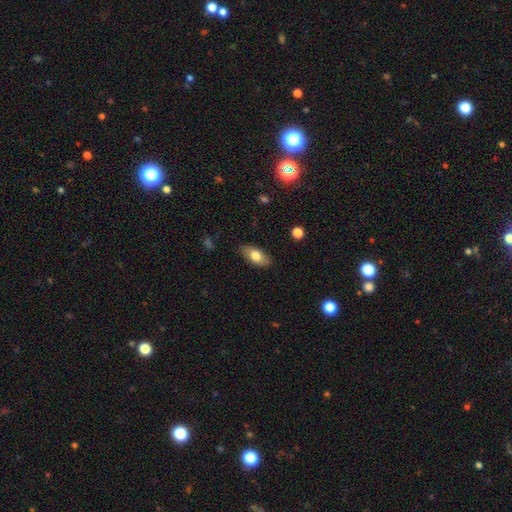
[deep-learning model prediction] Smooth or featured?
  - smooth: 75% *
  - featured or disk: 18%
  - star or artifact: 7%
How rounded?
  - in between: 89% *
  - cigar-shaped: 7%
  - round: 4%
Merging?
  - none: 86% *
  - minor disturbance: 11%
  - major disturbance: 2%
  - merger: 1%